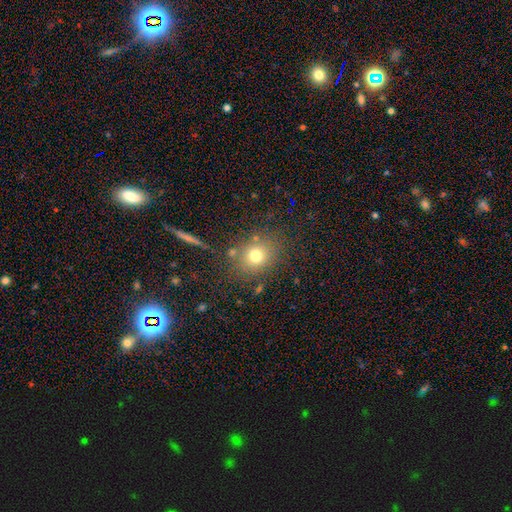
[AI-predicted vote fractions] Overall: smooth (72%). How rounded: round (66%; in between 33%). Merging: none (78%).